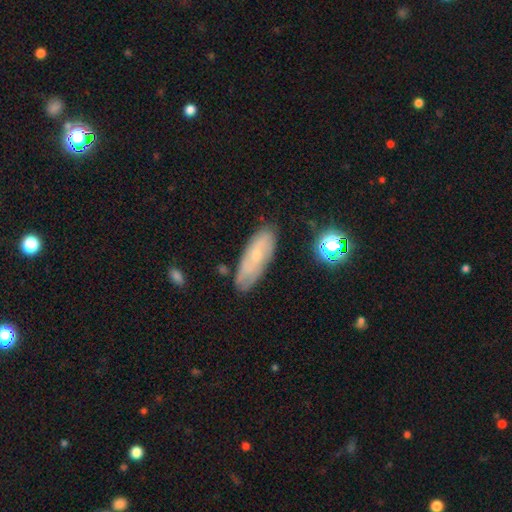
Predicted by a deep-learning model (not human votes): smooth-or-featured: featured or disk: 51% | smooth: 39% | star or artifact: 10%
  disk-edge-on: no: 81% | yes: 19%
  merging: none: 74% | minor disturbance: 18% | major disturbance: 4% | merger: 3%